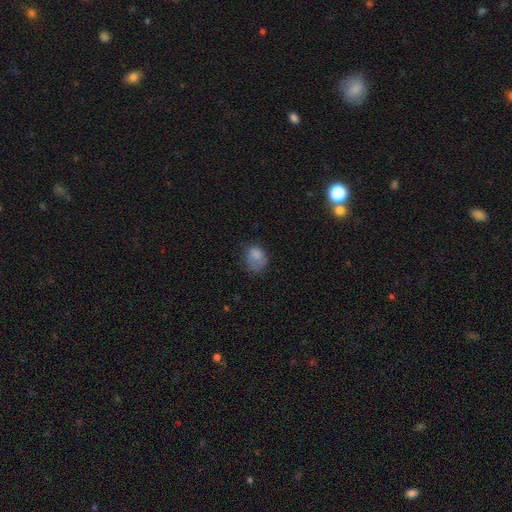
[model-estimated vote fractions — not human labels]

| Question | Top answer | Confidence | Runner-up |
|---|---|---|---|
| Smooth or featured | smooth | 79% | star or artifact (11%) |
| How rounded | in between | 56% | round (43%) |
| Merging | none | 44% | minor disturbance (32%) |